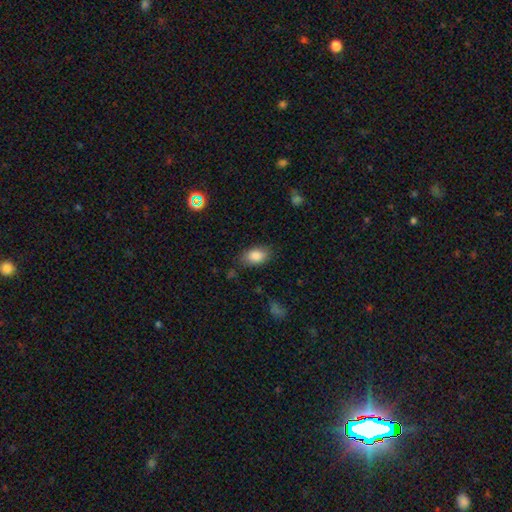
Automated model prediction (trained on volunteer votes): This is clearly a smooth galaxy (86%). How rounded: clearly in between (89%). Merging: likely none (78%).